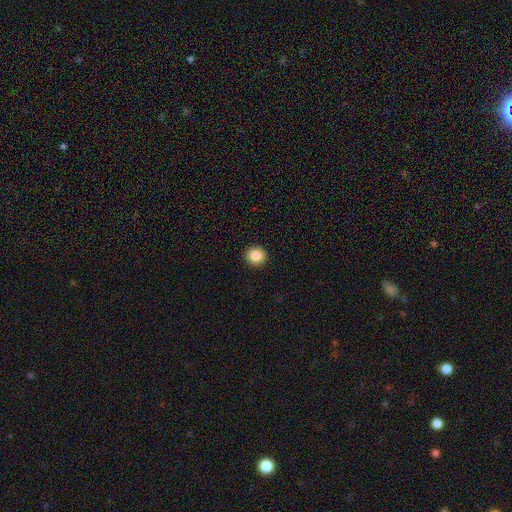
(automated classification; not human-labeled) Overall: smooth (85%). How rounded: round (92%). Merging: none (93%).